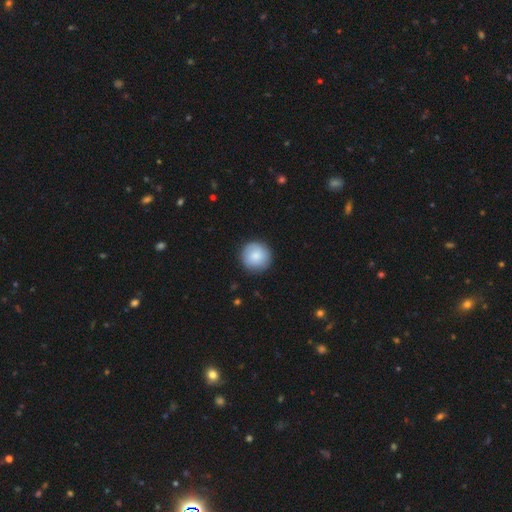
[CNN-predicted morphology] The model was most divided on "smooth or featured": smooth: 86%, featured or disk: 8%, star or artifact: 6%. More confident: how rounded — round (95%); merging — none (91%).